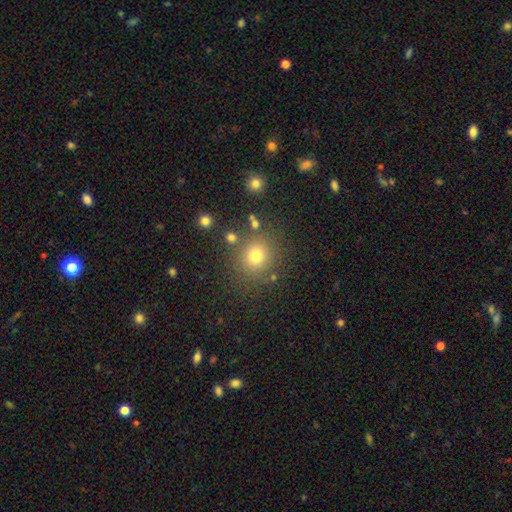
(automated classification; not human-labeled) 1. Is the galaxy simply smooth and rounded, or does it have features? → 76% smooth, 16% star or artifact, 8% featured or disk.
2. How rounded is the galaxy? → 88% round, 11% in between, 1% cigar-shaped.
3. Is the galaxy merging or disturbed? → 81% none, 9% minor disturbance, 6% merger, 4% major disturbance.